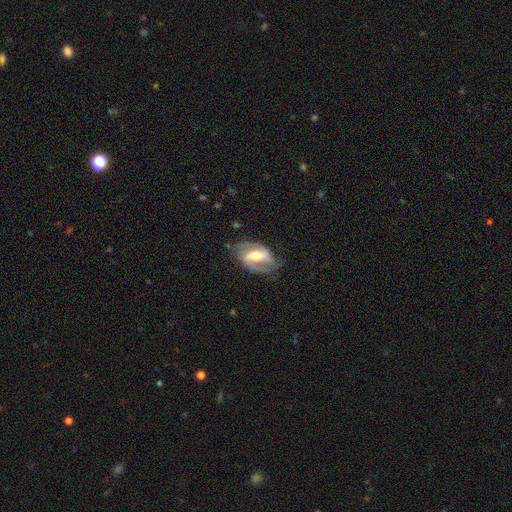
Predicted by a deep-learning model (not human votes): A featured or disk galaxy (80%) with a strong bar (50%), 2 (86%) medium (50%) spiral arms (89%) and a moderate central bulge (58%).

Vote fractions:
- Smooth or featured? featured or disk: 80% / smooth: 14% / star or artifact: 6%
- Edge-on disk? no: 96% / yes: 4%
- Bar? strong: 50% / weak: 36% / no: 15%
- Spiral arms? yes: 89% / no: 11%
- Spiral winding? medium: 50% / loose: 26% / tight: 25%
- Spiral arm count? 2: 86% / can't tell: 6% / 1: 4% / 3: 2% / 4: 1% / more than 4: 1%
- Bulge size? moderate: 58% / small: 25% / large: 13% / none: 3% / dominant: 1%
- Merging? none: 68% / minor disturbance: 20% / major disturbance: 10% / merger: 2%